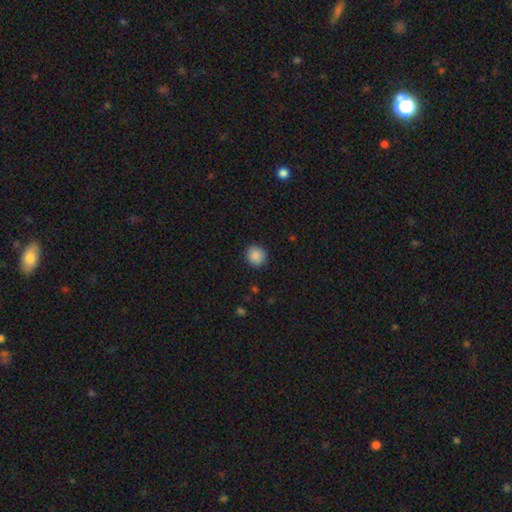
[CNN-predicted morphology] This is clearly a smooth galaxy (88%). How rounded: clearly round (89%). Merging: clearly none (91%).